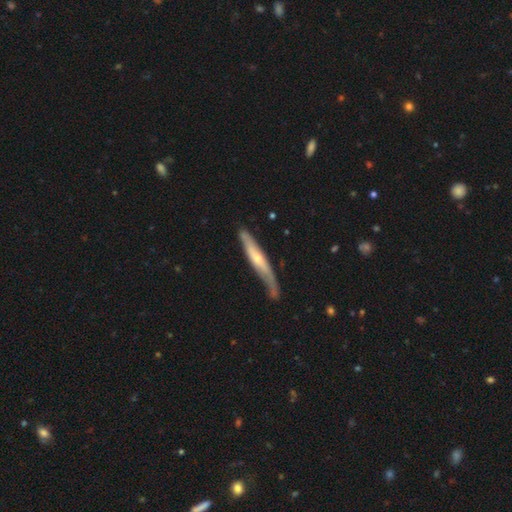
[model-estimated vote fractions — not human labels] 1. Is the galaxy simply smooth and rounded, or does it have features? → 68% featured or disk, 25% smooth, 6% star or artifact.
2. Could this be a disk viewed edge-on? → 79% yes, 21% no.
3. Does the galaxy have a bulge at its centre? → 66% rounded, 28% none, 6% boxy.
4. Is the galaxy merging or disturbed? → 64% none, 26% minor disturbance, 7% major disturbance, 3% merger.